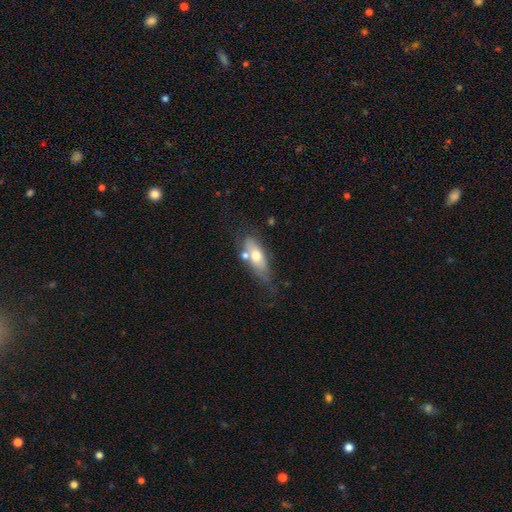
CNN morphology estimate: smooth 56%, featured or disk 37%, star or artifact 7%. Down the decision tree: how rounded — in between (75%); merging — none (51%).